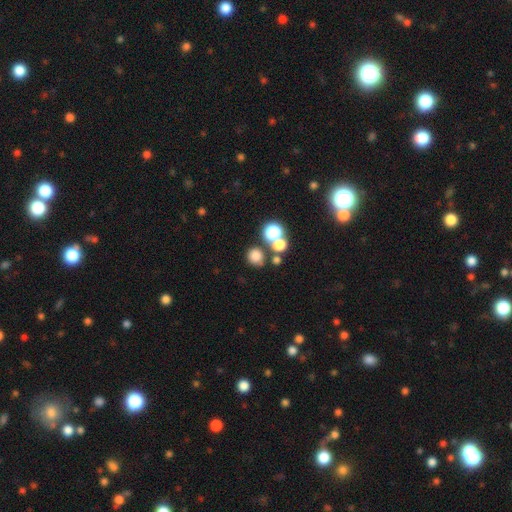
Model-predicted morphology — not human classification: smooth 75%, star or artifact 16%, featured or disk 8%. Down the decision tree: how rounded — round (84%); merging — none (61%).